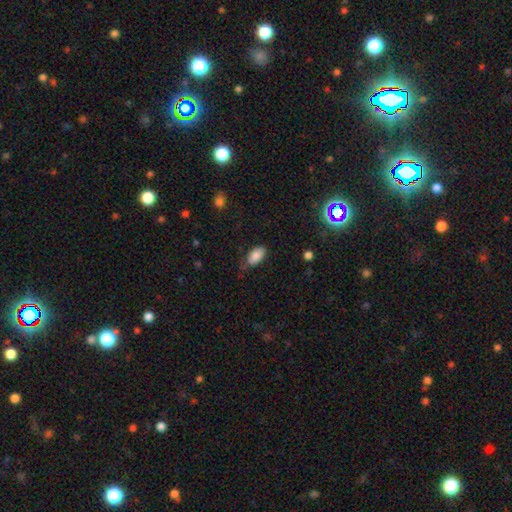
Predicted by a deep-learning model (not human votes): Morphology: type=smooth (82%); roundness=in between (94%); merging=none (60%).